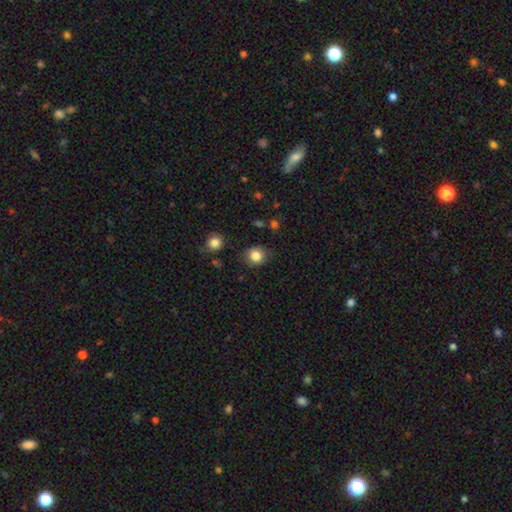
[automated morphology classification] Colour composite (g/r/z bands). It shows a smooth galaxy with no disk features (83%) that is round (71%). Merging: none (79%).